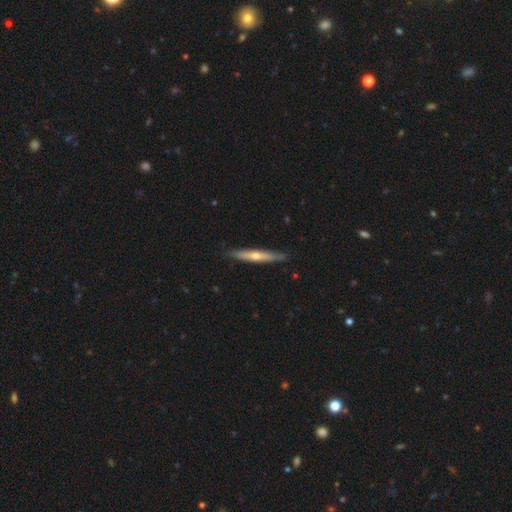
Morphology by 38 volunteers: type=smooth (53%); roundness=cigar-shaped (100%); merging=none (89%).